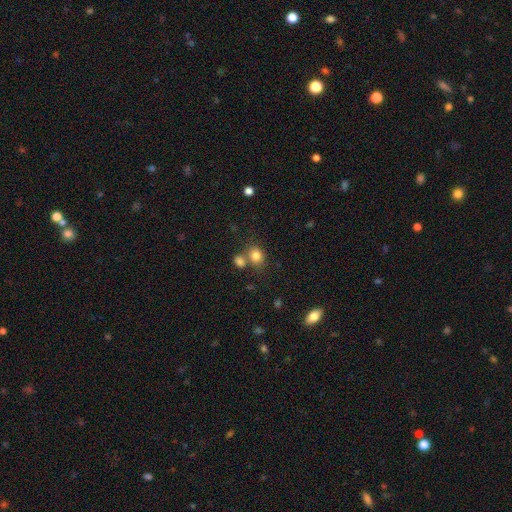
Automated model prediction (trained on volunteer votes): This is clearly a smooth galaxy (81%). How rounded: possibly round (58%). Merging: possibly none (56%).